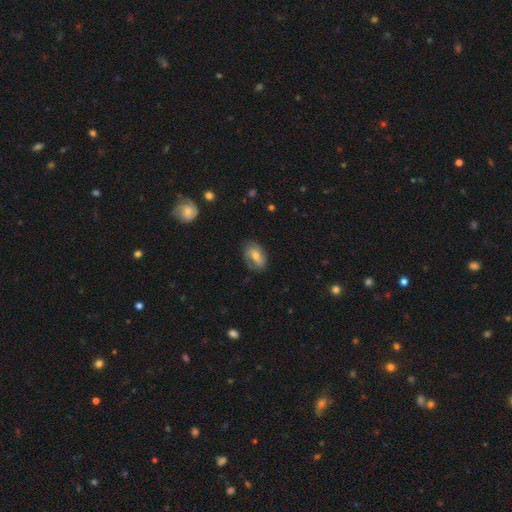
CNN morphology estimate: Overall: smooth (46%, tied with featured or disk). Merging: none (68%).